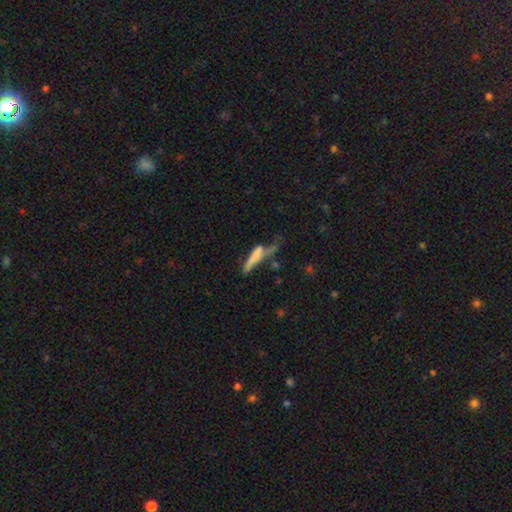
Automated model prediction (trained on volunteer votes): A smooth galaxy with no disk features (57%) that is cigar-shaped (80%). Merging: major disturbance (32%).